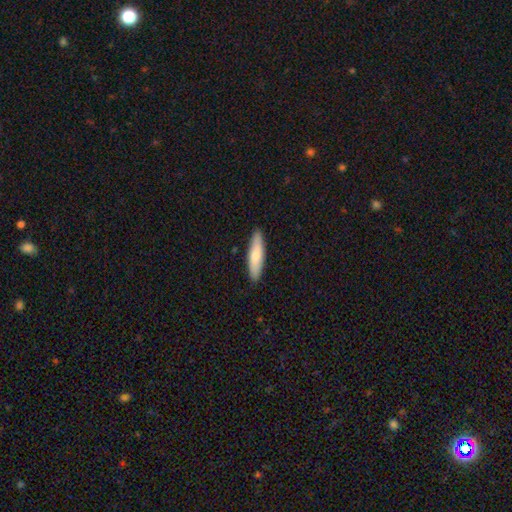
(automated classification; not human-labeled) smooth_or_featured: smooth (p=0.77) [alt: featured or disk p=0.17]
how_rounded: cigar-shaped (p=0.73) [alt: in between p=0.26]
merging: none (p=0.90) [alt: minor disturbance p=0.08]